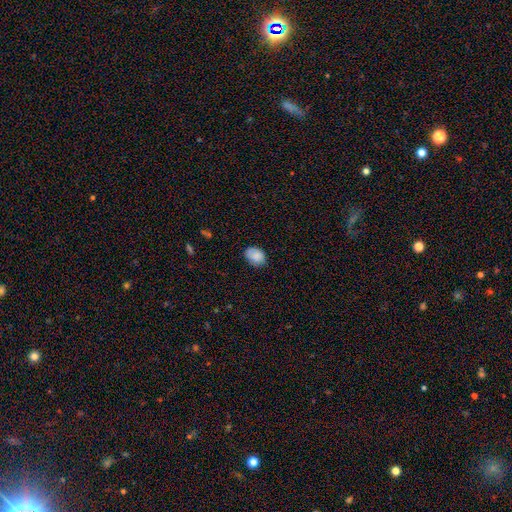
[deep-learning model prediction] Morphology: type=smooth (84%); roundness=in between (75%); merging=none (72%).